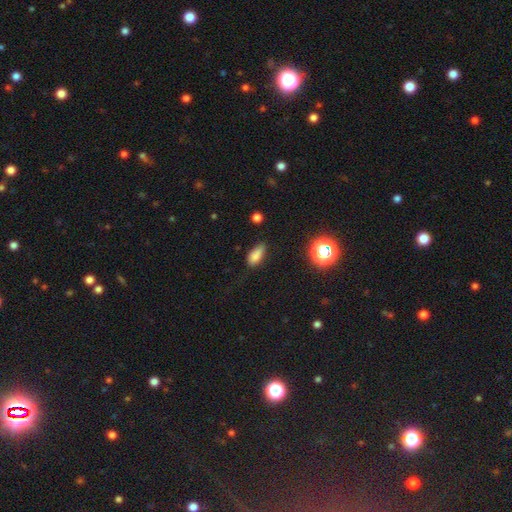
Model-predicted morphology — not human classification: Smooth or featured: smooth — 80% (star or artifact — 13%)
How rounded: in between — 84% (cigar-shaped — 10%)
Merging: none — 59% (minor disturbance — 32%)